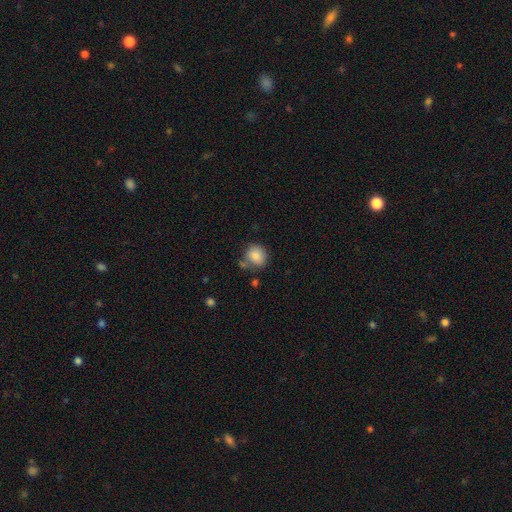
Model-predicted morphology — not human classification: smooth 83%, star or artifact 9%, featured or disk 8%. Down the decision tree: how rounded — round (69%); merging — none (64%).